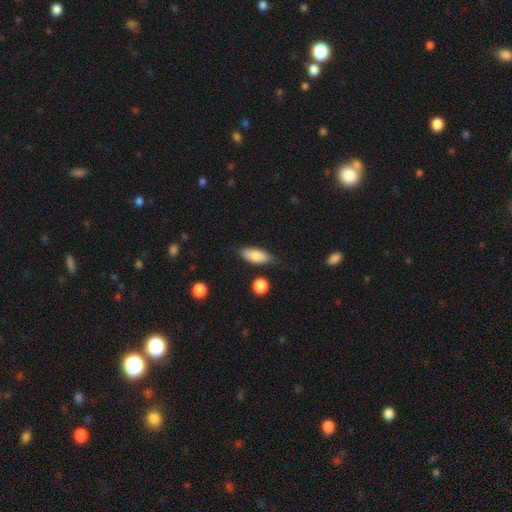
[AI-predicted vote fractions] Smooth or featured?
  - smooth: 78% *
  - featured or disk: 15%
  - star or artifact: 7%
How rounded?
  - in between: 79% *
  - cigar-shaped: 18%
  - round: 3%
Merging?
  - none: 73% *
  - minor disturbance: 19%
  - major disturbance: 4%
  - merger: 4%